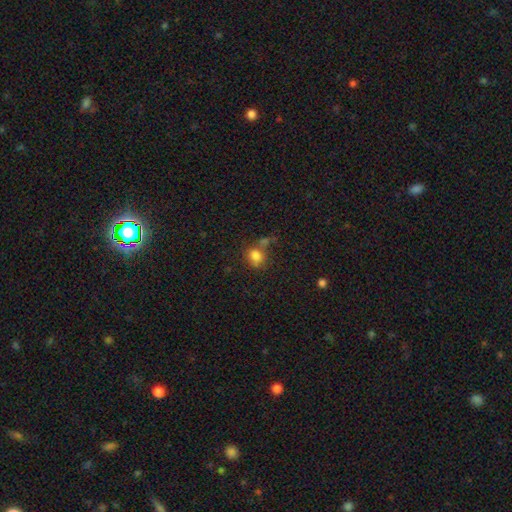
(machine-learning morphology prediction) This is clearly a smooth galaxy (81%). How rounded: likely round (66%). Merging: possibly none (52%).